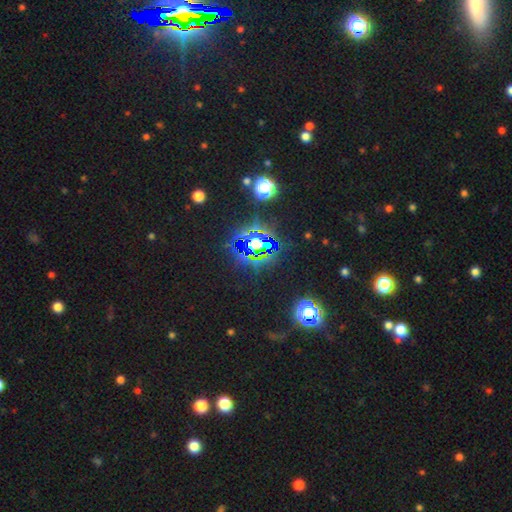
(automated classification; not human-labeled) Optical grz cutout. It shows a star or artifact, not a galaxy (75%).